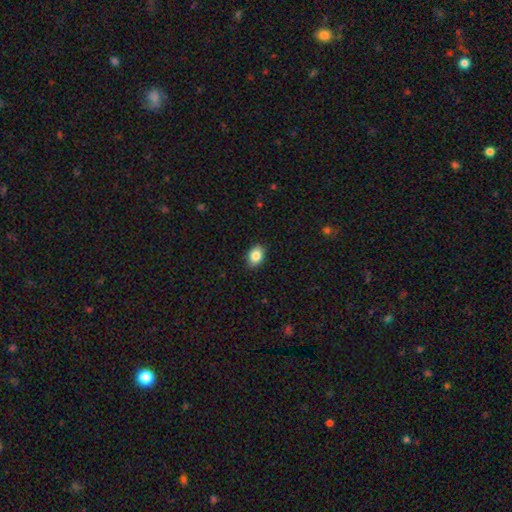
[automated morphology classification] smooth 86%, star or artifact 8%, featured or disk 6%. Down the decision tree: how rounded — in between (77%); merging — none (89%).